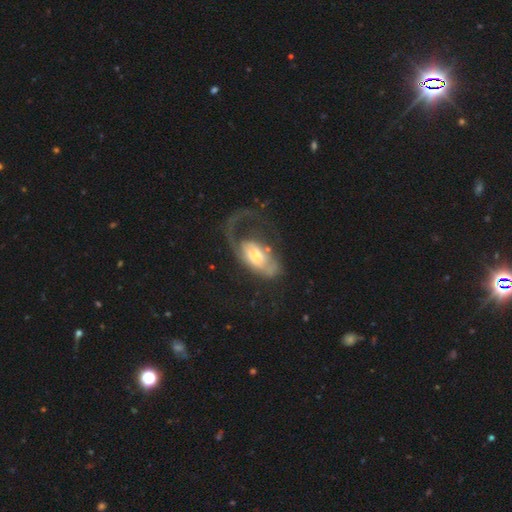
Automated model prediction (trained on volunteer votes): smooth_or_featured: featured or disk (p=0.66) [alt: smooth p=0.27]
disk_edge_on: no (p=0.92) [alt: yes p=0.08]
bar: no (p=0.67) [alt: weak p=0.26]
has_spiral_arms: yes (p=0.70) [alt: no p=0.30]
bulge_size: moderate (p=0.46) [alt: small p=0.37]
merging: major disturbance (p=0.58) [alt: none p=0.24]